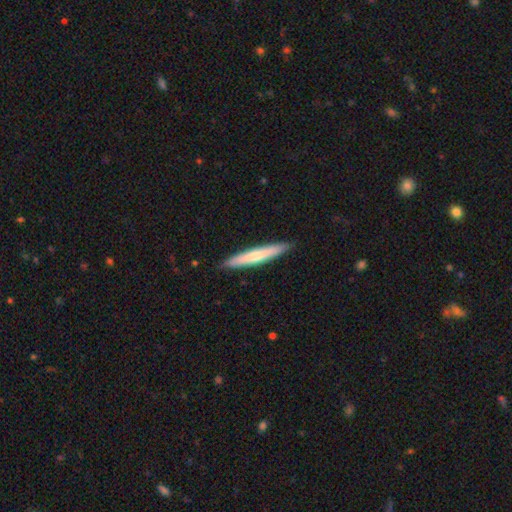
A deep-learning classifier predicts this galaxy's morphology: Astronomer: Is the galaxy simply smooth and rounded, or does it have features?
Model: smooth — 61%.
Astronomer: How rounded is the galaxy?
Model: cigar-shaped — 94%.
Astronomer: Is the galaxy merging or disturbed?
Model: none — 90%.